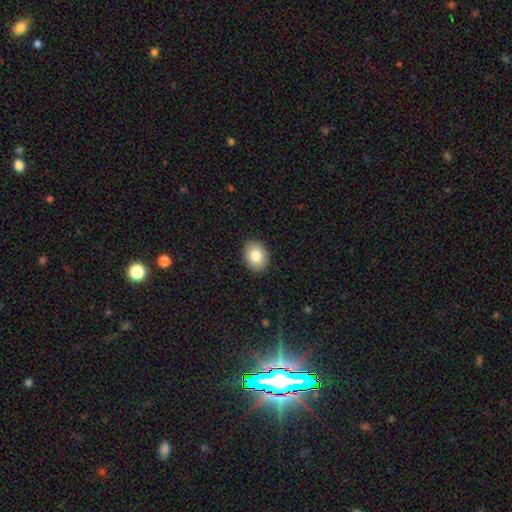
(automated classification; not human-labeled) Smooth or featured? smooth (83%)
How rounded? in between (68%)
Merging? none (90%)